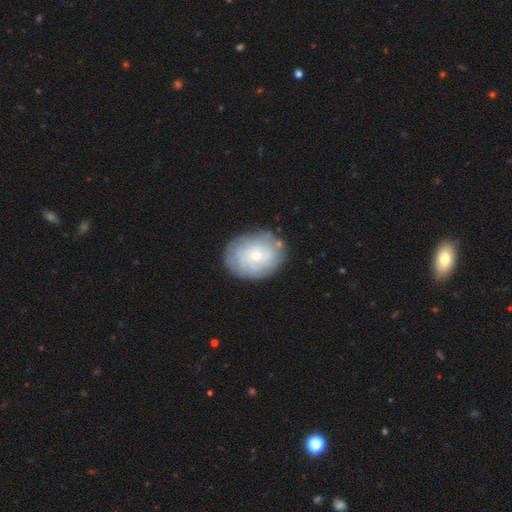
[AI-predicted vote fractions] Smooth or featured? featured or disk (53%)
Edge-on disk? no (97%)
Bar? no (82%)
Spiral arms? yes (75%)
Bulge size? small (67%)
Merging? none (78%)